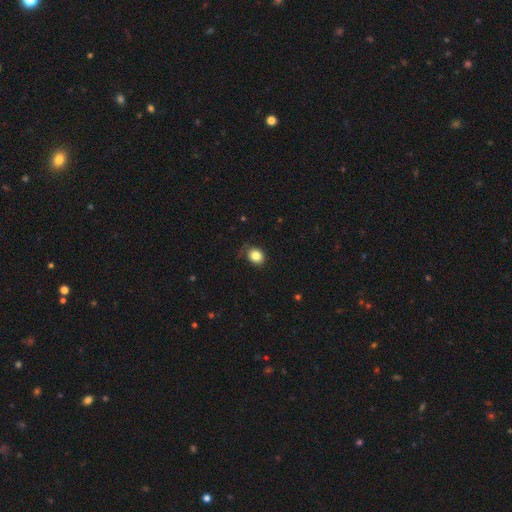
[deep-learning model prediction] This appears to be a smooth galaxy with no disk features (83%) that is round (60%). Merging: none (72%).